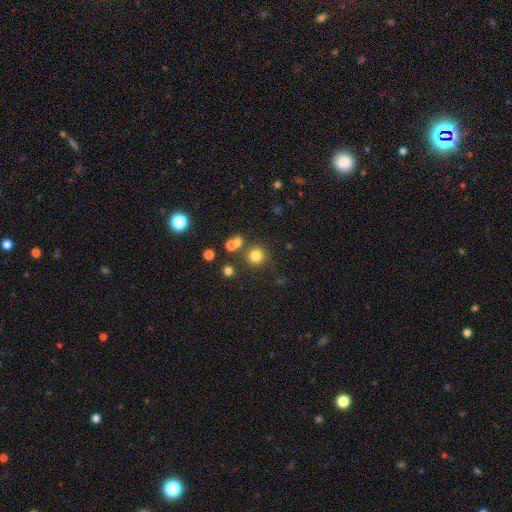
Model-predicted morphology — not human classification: smooth_or_featured: smooth (p=0.79) [alt: star or artifact p=0.15]
how_rounded: round (p=0.93) [alt: in between p=0.06]
merging: none (p=0.77) [alt: merger p=0.11]